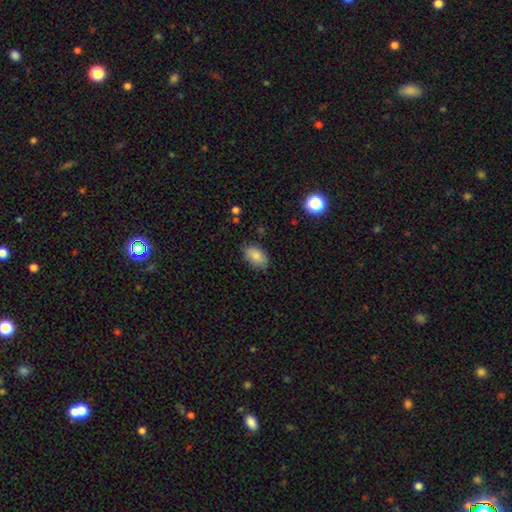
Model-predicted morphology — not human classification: Smooth or featured?
  - smooth: 85% *
  - star or artifact: 8%
  - featured or disk: 8%
How rounded?
  - in between: 92% *
  - round: 6%
  - cigar-shaped: 2%
Merging?
  - none: 81% *
  - minor disturbance: 15%
  - major disturbance: 3%
  - merger: 1%